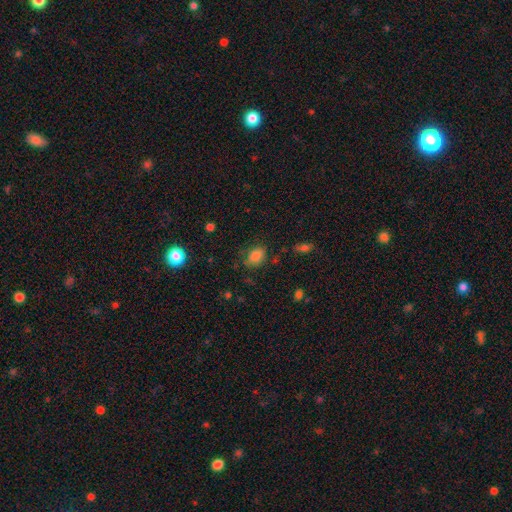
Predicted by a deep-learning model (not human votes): Smooth or featured? Predicted: smooth (p=0.82). How rounded? Predicted: in between (p=0.77). Merging? Predicted: none (p=0.66).